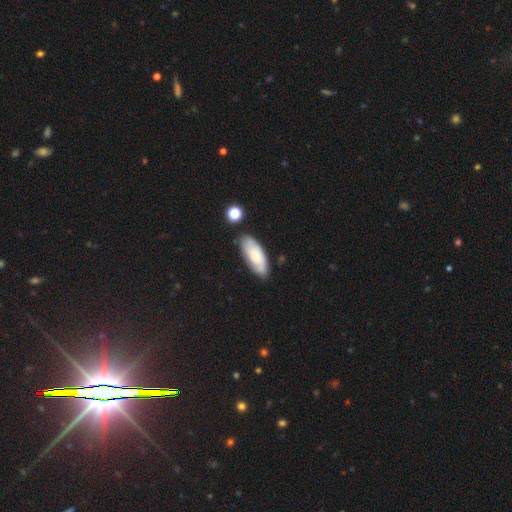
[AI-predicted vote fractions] This is likely a smooth galaxy (63%). How rounded: likely in between (78%). Merging: likely none (74%).